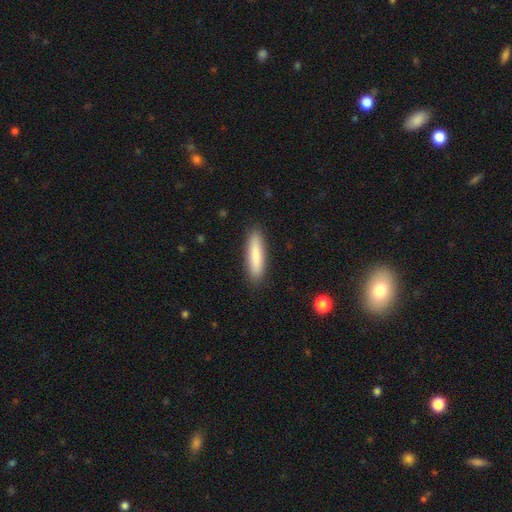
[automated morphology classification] smooth_or_featured: smooth (p=0.84) [alt: featured or disk p=0.10]
how_rounded: cigar-shaped (p=0.77) [alt: in between p=0.22]
merging: none (p=0.89) [alt: minor disturbance p=0.08]